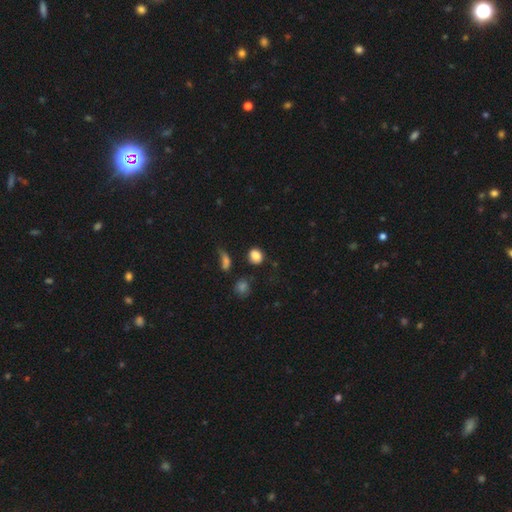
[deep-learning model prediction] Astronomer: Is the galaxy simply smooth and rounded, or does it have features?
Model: smooth — 84%.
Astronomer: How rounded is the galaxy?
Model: round — 67%.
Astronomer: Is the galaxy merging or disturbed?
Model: none — 75%.